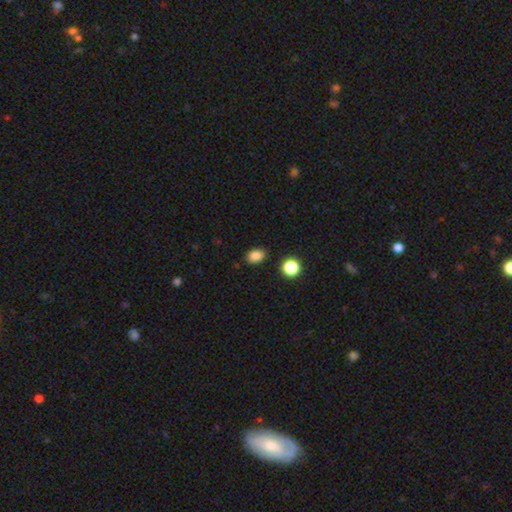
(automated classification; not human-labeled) The model was most divided on "how rounded": in between: 73%, round: 26%, cigar-shaped: 1%. More confident: merging — none (86%); smooth or featured — smooth (85%).